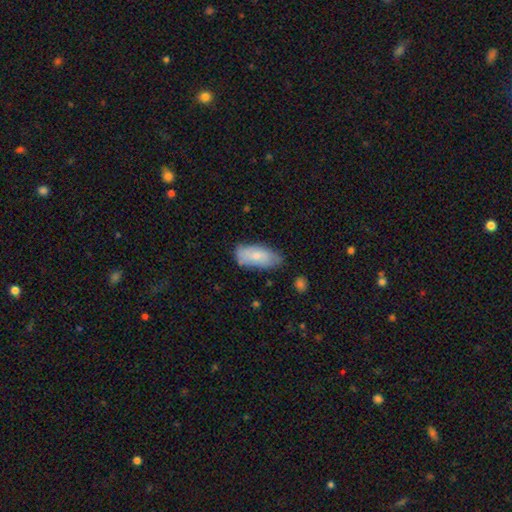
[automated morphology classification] Smooth or featured? Predicted: smooth (p=0.78). How rounded? Predicted: in between (p=0.89). Merging? Predicted: none (p=0.66).